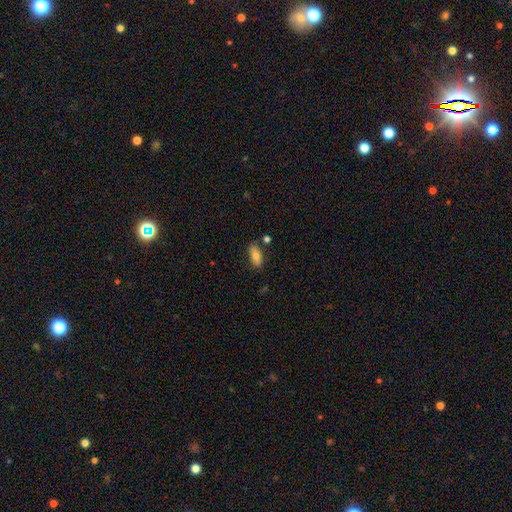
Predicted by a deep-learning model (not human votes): A smooth galaxy with no disk features (79%) that is in between round and cigar-shaped (84%). Merging: none (79%).